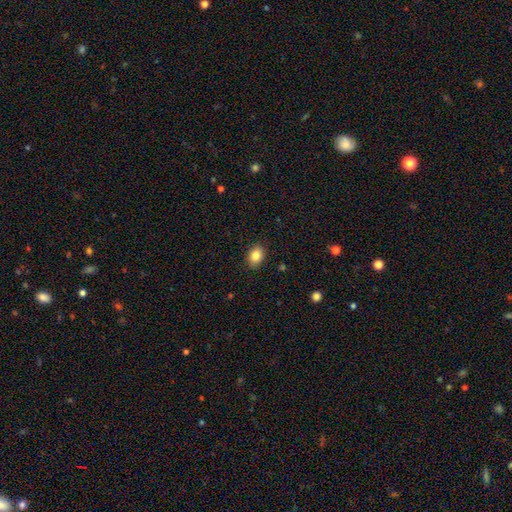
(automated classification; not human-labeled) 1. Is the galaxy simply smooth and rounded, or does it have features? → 84% smooth, 9% star or artifact, 7% featured or disk.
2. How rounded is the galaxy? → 67% in between, 32% round, 1% cigar-shaped.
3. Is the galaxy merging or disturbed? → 89% none, 8% minor disturbance, 2% major disturbance, 1% merger.